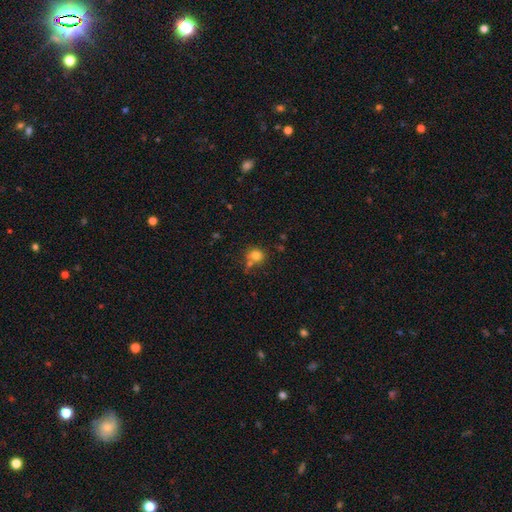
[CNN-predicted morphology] Smooth or featured: smooth — 78% (star or artifact — 13%)
How rounded: round — 79% (in between — 20%)
Merging: none — 56% (merger — 24%)